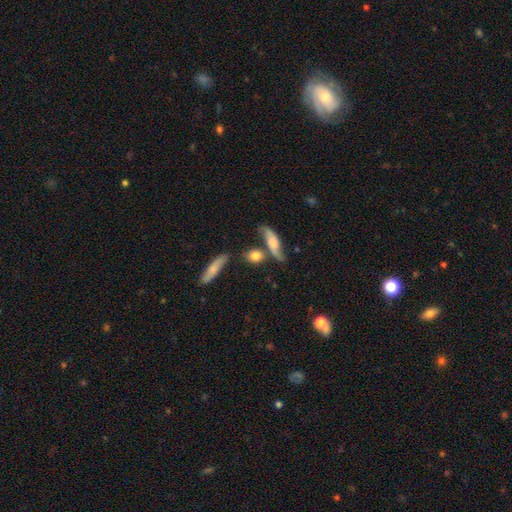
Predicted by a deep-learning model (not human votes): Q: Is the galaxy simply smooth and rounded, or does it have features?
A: smooth — 67%.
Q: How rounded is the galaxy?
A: in between — 44%.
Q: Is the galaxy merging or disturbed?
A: none — 54%.